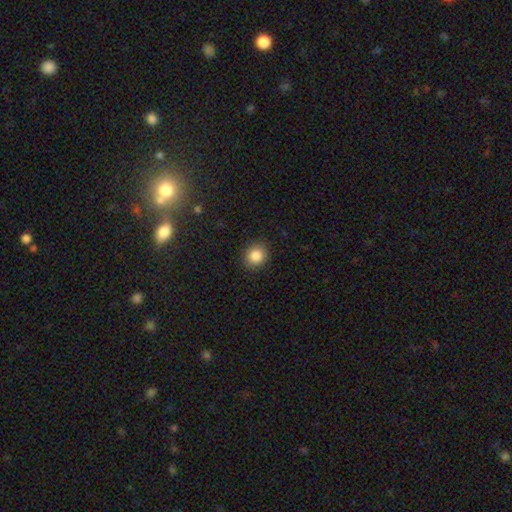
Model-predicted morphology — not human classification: Smooth or featured?
  - smooth: 86% *
  - star or artifact: 10%
  - featured or disk: 4%
How rounded?
  - round: 82% *
  - in between: 17%
  - cigar-shaped: 1%
Merging?
  - none: 89% *
  - minor disturbance: 7%
  - major disturbance: 2%
  - merger: 1%